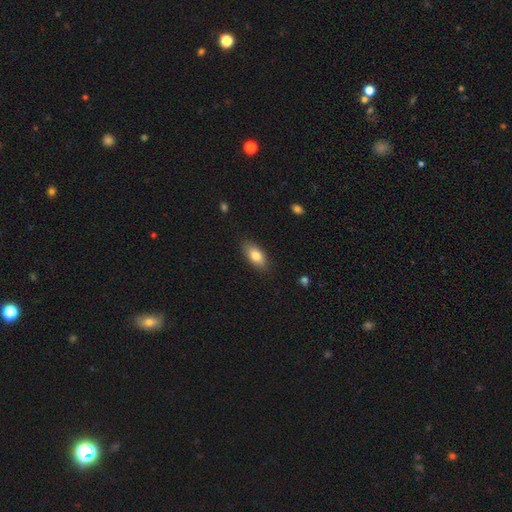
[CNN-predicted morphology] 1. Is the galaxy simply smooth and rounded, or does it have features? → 81% smooth, 12% featured or disk, 7% star or artifact.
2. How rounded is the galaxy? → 88% in between, 9% cigar-shaped, 3% round.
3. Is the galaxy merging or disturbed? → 84% none, 12% minor disturbance, 3% major disturbance, 1% merger.